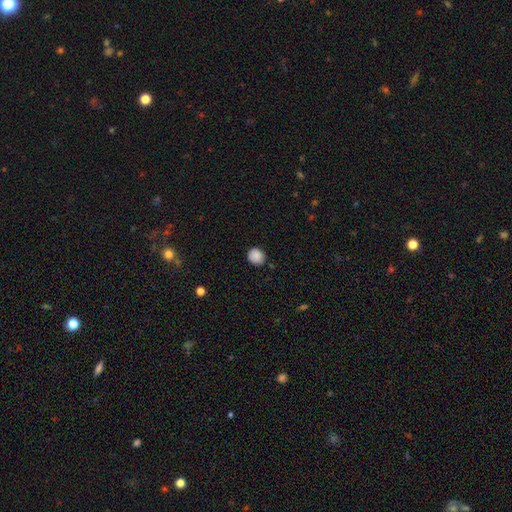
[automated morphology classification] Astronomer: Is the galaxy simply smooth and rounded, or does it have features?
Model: smooth — 87%.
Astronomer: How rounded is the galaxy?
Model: round — 78%.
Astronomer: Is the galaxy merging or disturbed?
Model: none — 83%.